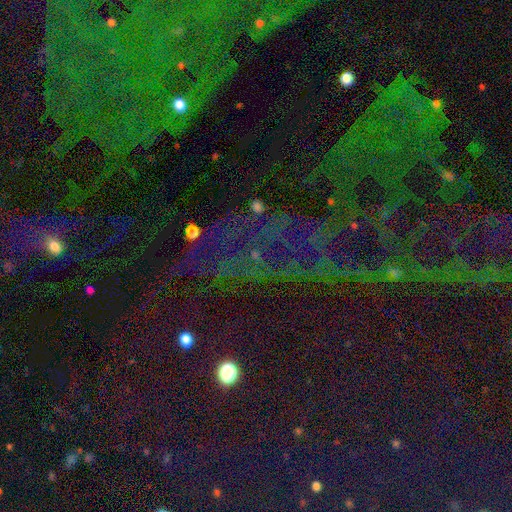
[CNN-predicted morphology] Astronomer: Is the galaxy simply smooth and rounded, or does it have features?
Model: star or artifact — 81%.